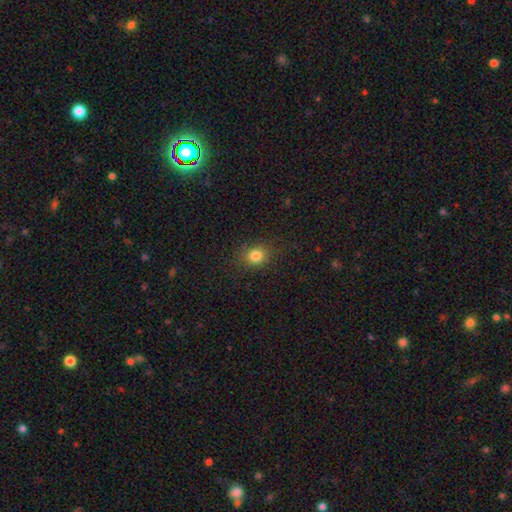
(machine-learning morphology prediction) The model was most divided on "how rounded": round: 74%, in between: 25%, cigar-shaped: 1%. More confident: merging — none (84%); smooth or featured — smooth (82%).